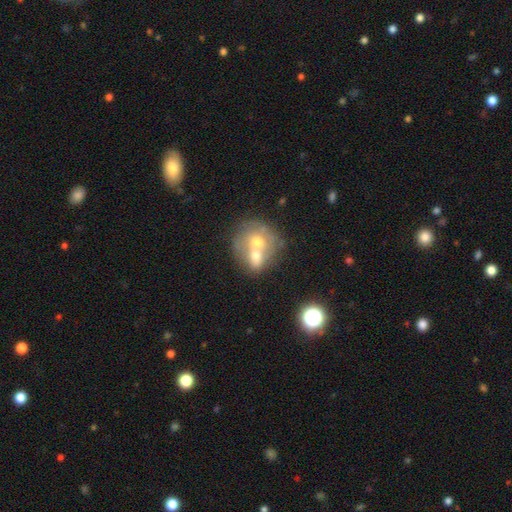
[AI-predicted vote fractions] Smooth or featured? smooth (55%)
How rounded? round (65%)
Merging? merger (73%)